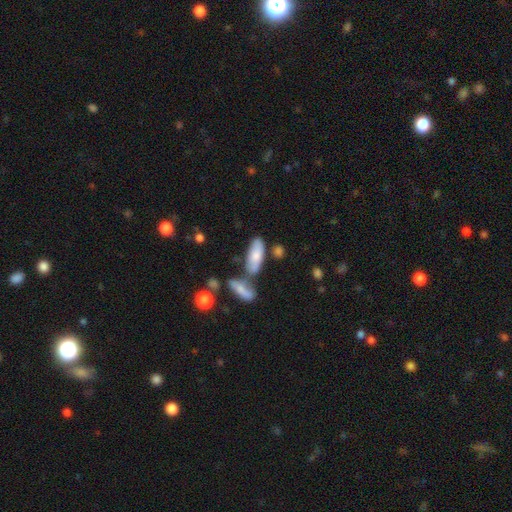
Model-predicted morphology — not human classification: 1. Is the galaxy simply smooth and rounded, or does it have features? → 73% smooth, 20% featured or disk, 7% star or artifact.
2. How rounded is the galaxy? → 76% in between, 22% cigar-shaped, 2% round.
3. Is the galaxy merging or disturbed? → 55% none, 24% merger, 15% minor disturbance, 5% major disturbance.